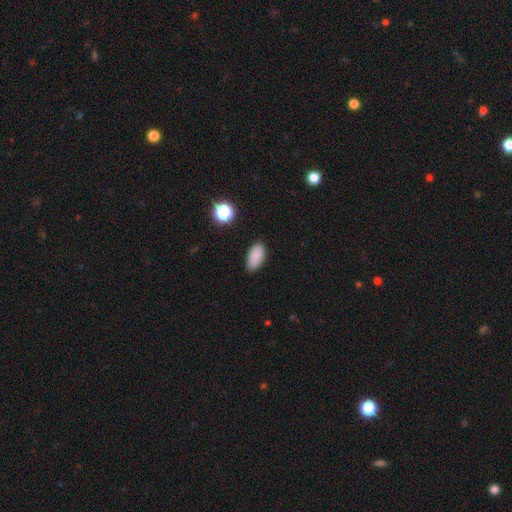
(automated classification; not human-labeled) Smooth or featured?
  - smooth: 85% *
  - star or artifact: 9%
  - featured or disk: 6%
How rounded?
  - in between: 93% *
  - round: 4%
  - cigar-shaped: 3%
Merging?
  - none: 84% *
  - minor disturbance: 12%
  - major disturbance: 2%
  - merger: 1%